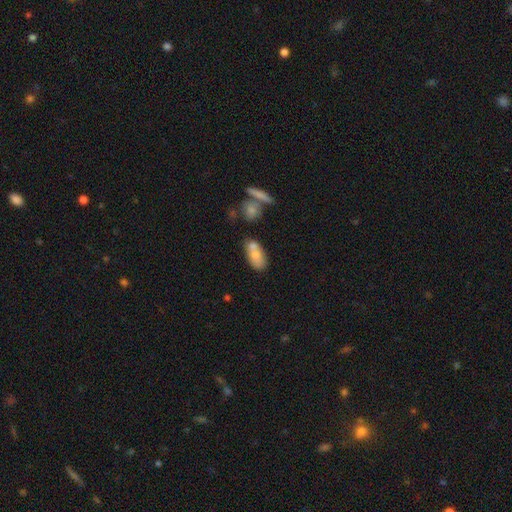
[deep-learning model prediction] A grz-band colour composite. It shows a smooth galaxy with no disk features (73%) that is in between round and cigar-shaped (86%). Merging: none (44%).